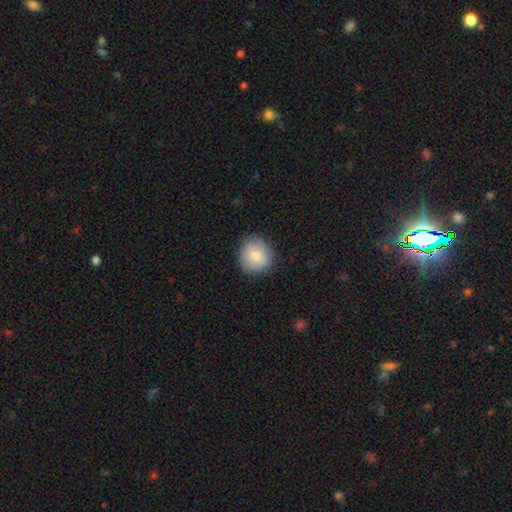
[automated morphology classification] The model was most divided on "merging": none: 77%, minor disturbance: 17%, major disturbance: 4%, merger: 1%. More confident: how rounded — round (81%); smooth or featured — smooth (77%).